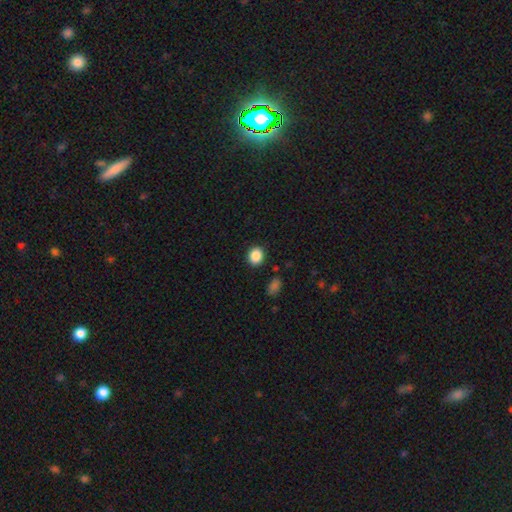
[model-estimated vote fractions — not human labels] Overall: smooth (87%). How rounded: round (72%). Merging: none (88%).